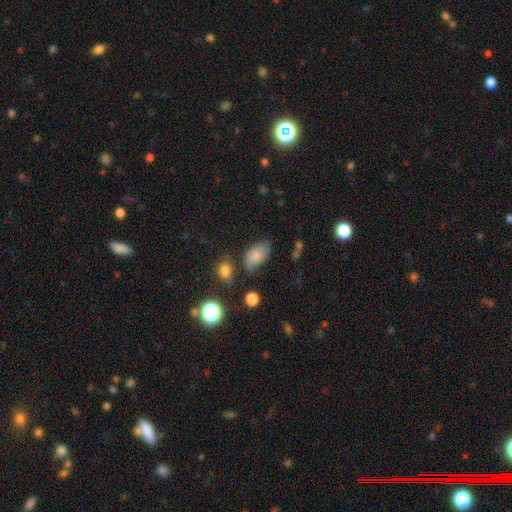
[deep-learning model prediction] Smooth or featured? smooth (70%)
How rounded? in between (89%)
Merging? none (53%)